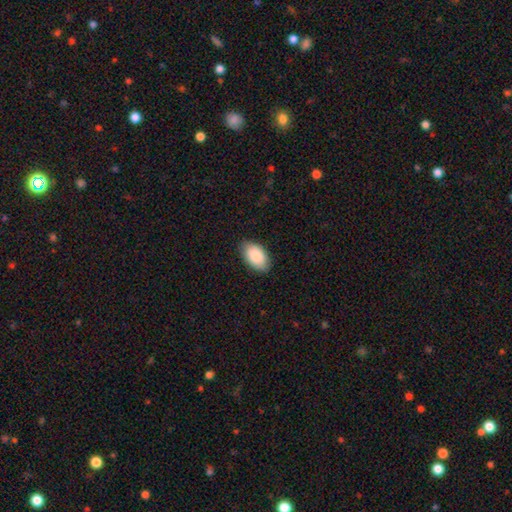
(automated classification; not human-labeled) smooth 89%, star or artifact 6%, featured or disk 5%. Down the decision tree: how rounded — in between (95%); merging — none (85%).